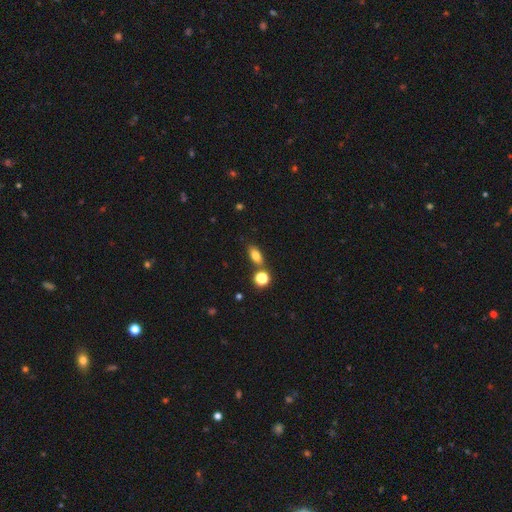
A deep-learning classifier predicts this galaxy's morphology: Smooth or featured?
  - smooth: 78% *
  - star or artifact: 11%
  - featured or disk: 11%
How rounded?
  - in between: 79% *
  - cigar-shaped: 11%
  - round: 10%
Merging?
  - none: 72% *
  - merger: 13%
  - minor disturbance: 12%
  - major disturbance: 3%